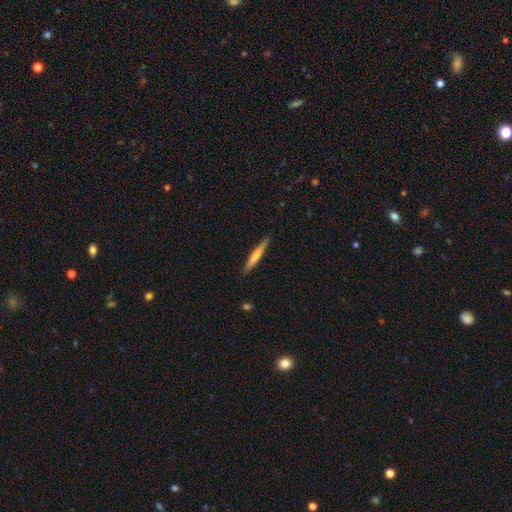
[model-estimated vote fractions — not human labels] A smooth galaxy with no disk features (58%) that is cigar-shaped (95%). Merging: none (87%).